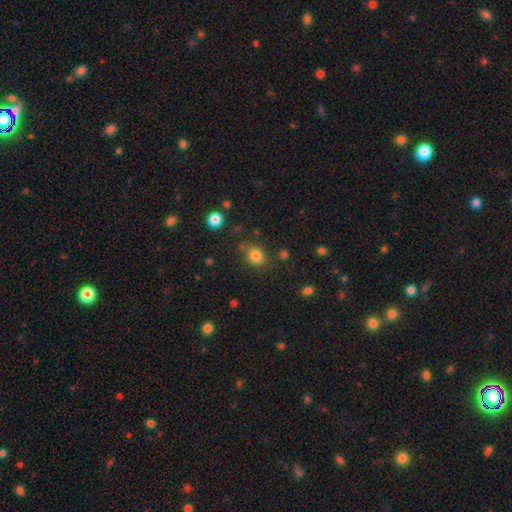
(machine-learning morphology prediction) Q: Smooth or featured?
A: smooth (82%); runner-up: star or artifact (13%)
Q: How rounded?
A: round (73%); runner-up: in between (26%)
Q: Merging?
A: none (76%); runner-up: minor disturbance (13%)